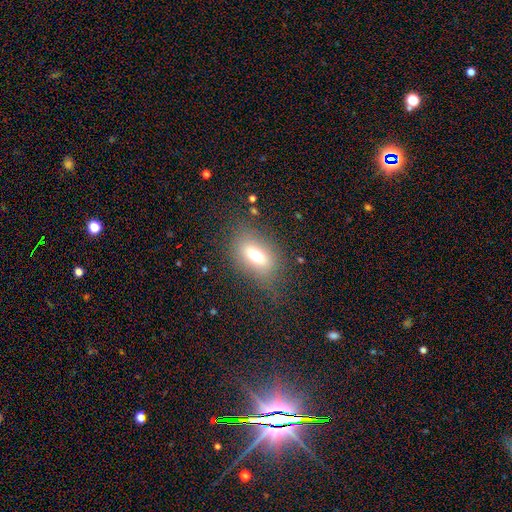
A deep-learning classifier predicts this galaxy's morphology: A smooth galaxy with no disk features (65%) that is in between round and cigar-shaped (77%). Merging: none (72%).